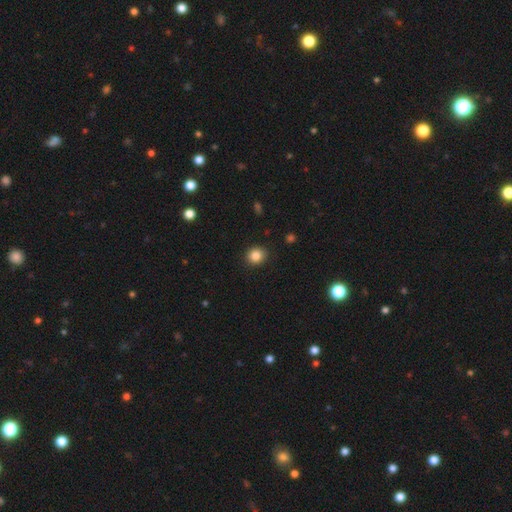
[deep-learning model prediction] The model was most divided on "how rounded": round: 79%, in between: 20%, cigar-shaped: 1%. More confident: merging — none (90%); smooth or featured — smooth (86%).